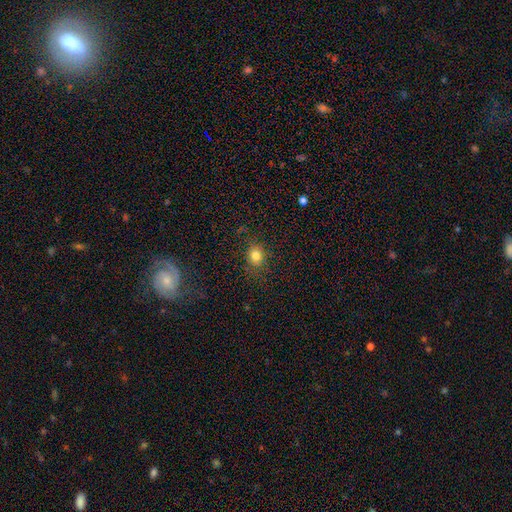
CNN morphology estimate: type=smooth (80%); roundness=round (67%); merging=none (82%).